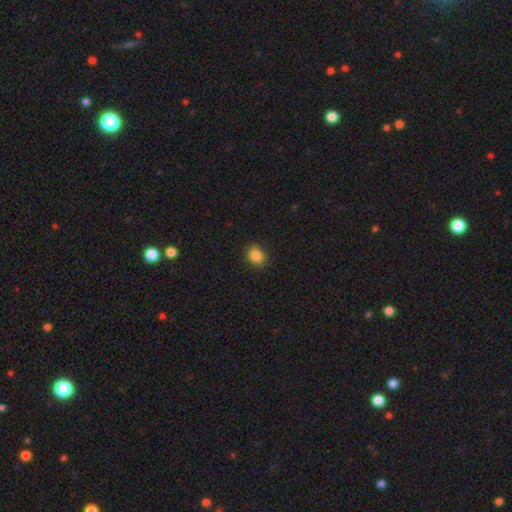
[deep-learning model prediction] Smooth or featured: smooth — 85% (star or artifact — 11%)
How rounded: round — 61% (in between — 38%)
Merging: none — 83% (minor disturbance — 13%)